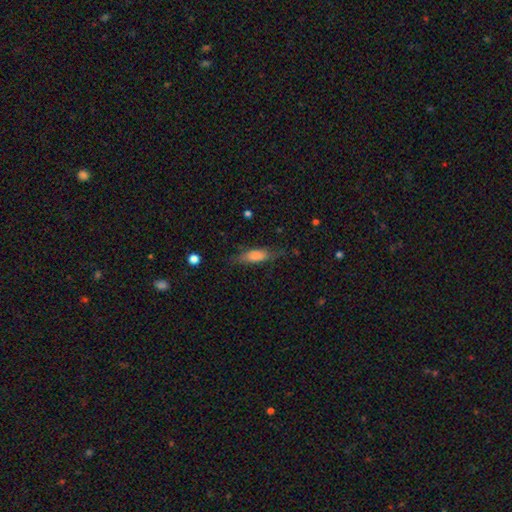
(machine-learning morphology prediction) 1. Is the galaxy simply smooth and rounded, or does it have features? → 76% smooth, 17% featured or disk, 8% star or artifact.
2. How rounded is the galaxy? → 63% in between, 34% cigar-shaped, 3% round.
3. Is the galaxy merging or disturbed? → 64% none, 24% minor disturbance, 10% major disturbance, 2% merger.